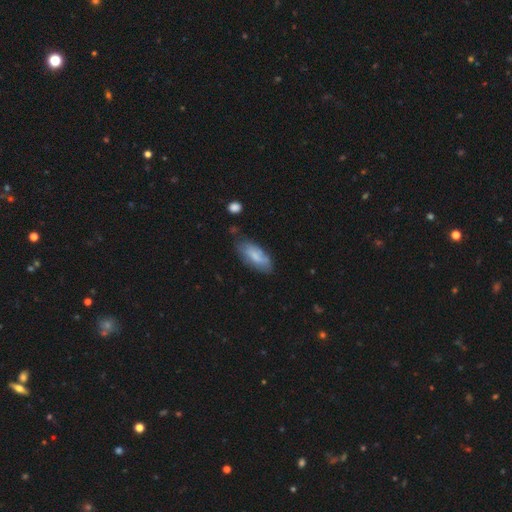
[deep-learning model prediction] Overall: smooth (70%). How rounded: in between (81%). Merging: none (64%; minor disturbance 26%).